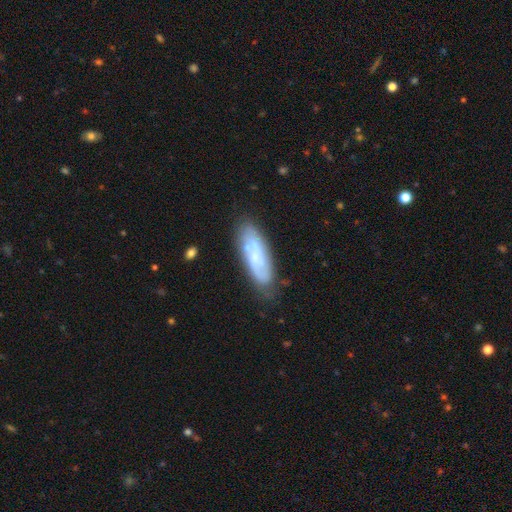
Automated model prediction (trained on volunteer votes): A featured or disk galaxy (53%). Merging: none (76%).